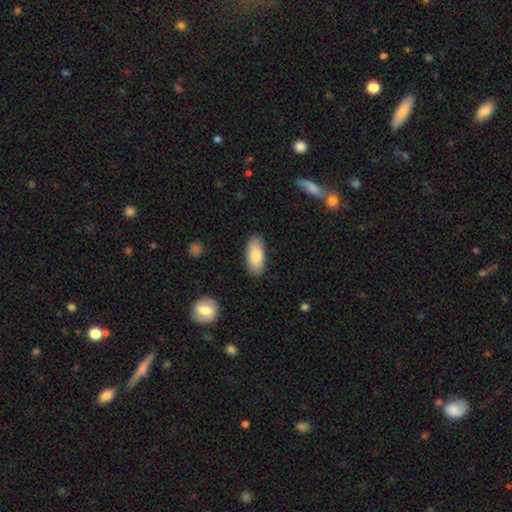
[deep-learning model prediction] smooth 84%, featured or disk 10%, star or artifact 6%. Down the decision tree: how rounded — in between (89%); merging — none (86%).